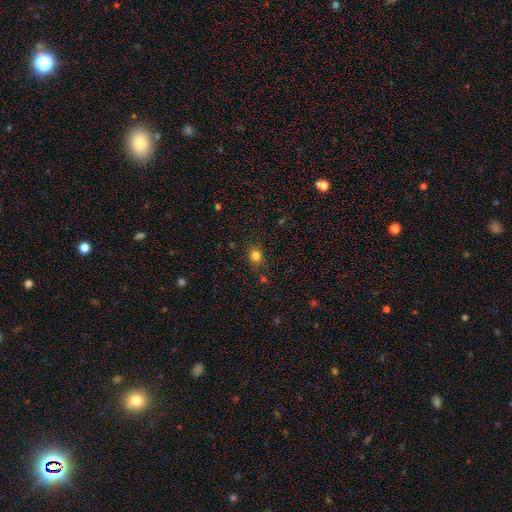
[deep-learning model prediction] smooth_or_featured: smooth (p=0.81) [alt: star or artifact p=0.14]
how_rounded: round (p=0.71) [alt: in between p=0.28]
merging: none (p=0.81) [alt: minor disturbance p=0.12]